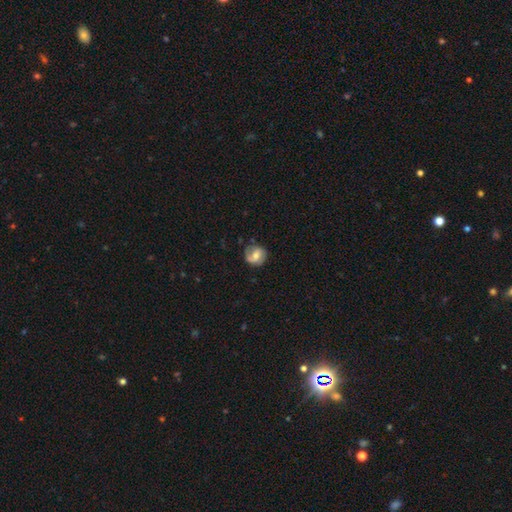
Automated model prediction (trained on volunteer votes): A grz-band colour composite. It shows a smooth galaxy with no disk features (52%) that is round (83%). Merging: none (70%).